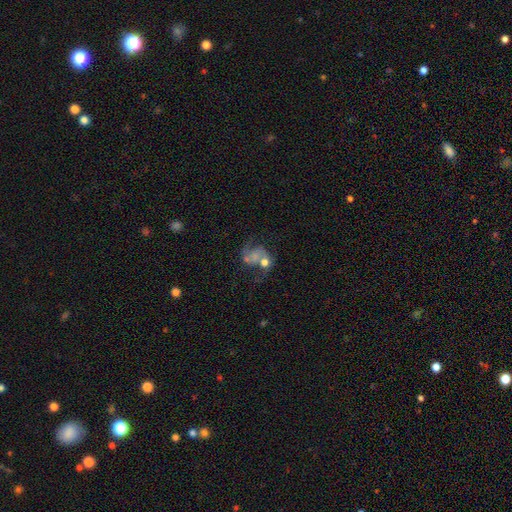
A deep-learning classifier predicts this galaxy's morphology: type=featured or disk (65%); edge-on=no (98%); bar=no (70%); spiral arms=yes (78%); bulge=small (36%); merging=none (34%).